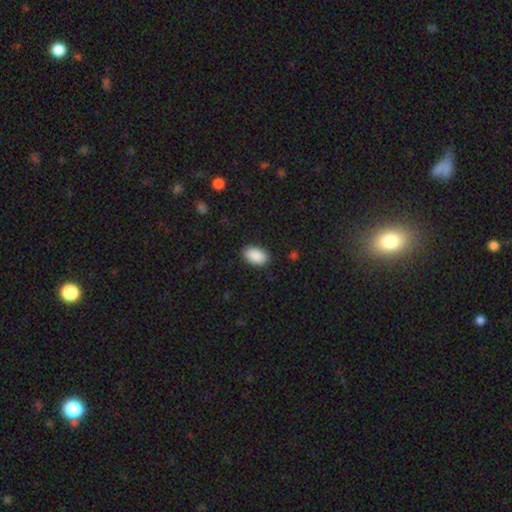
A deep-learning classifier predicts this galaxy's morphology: Q: Smooth or featured?
A: smooth (91%); runner-up: star or artifact (6%)
Q: How rounded?
A: in between (93%); runner-up: round (5%)
Q: Merging?
A: none (89%); runner-up: minor disturbance (8%)